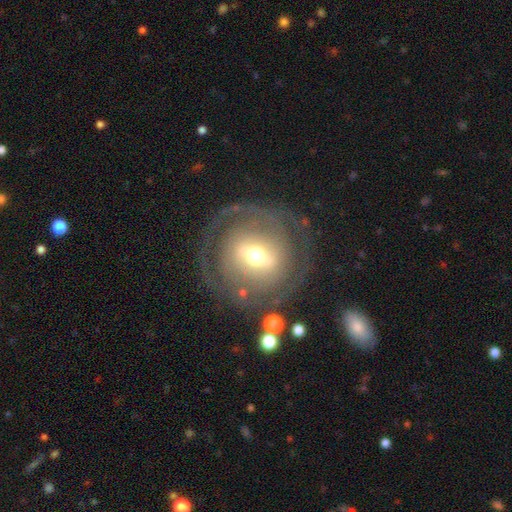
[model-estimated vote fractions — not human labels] featured or disk 76%, smooth 17%, star or artifact 7%. Down the decision tree: edge-on disk — no (95%); bar — strong (41%); spiral arms — yes (78%); spiral arm count — 2 (55%); spiral winding — tight (54%); bulge size — moderate (62%); merging — none (75%).